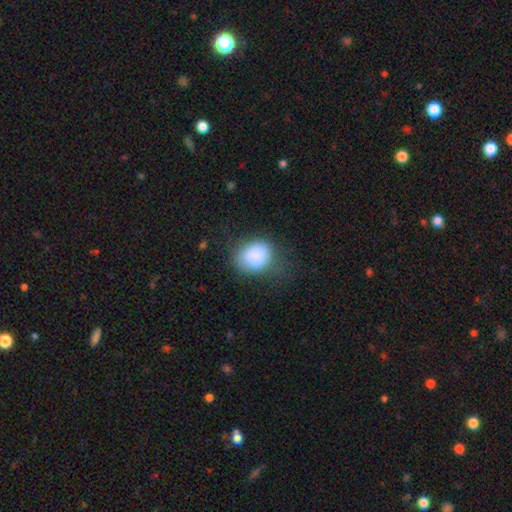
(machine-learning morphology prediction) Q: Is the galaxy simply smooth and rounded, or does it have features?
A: smooth — 85%.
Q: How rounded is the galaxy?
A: round — 59%.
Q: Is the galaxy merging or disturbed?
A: none — 59%.